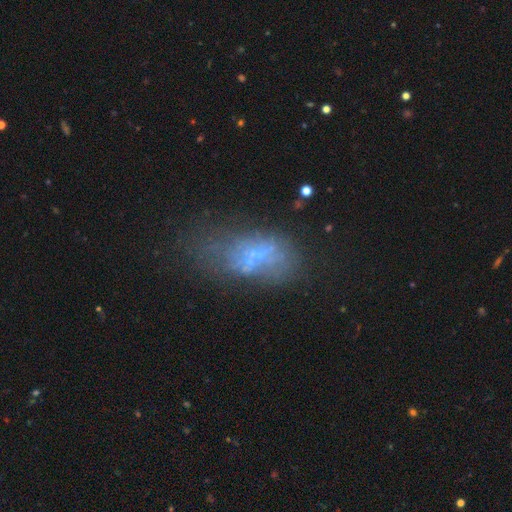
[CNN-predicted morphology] Smooth or featured? Predicted: featured or disk (p=0.42). Merging? Predicted: none (p=0.35).